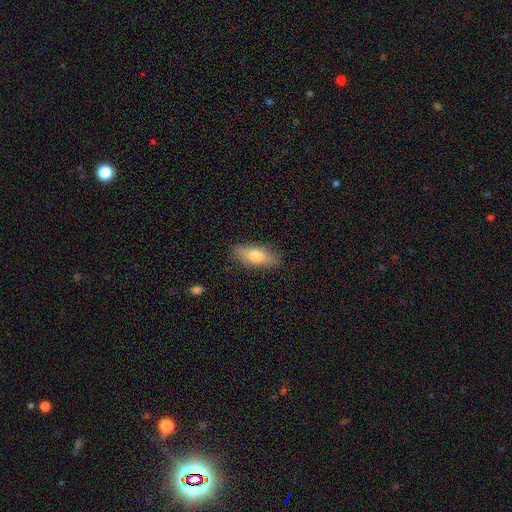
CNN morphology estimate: This appears to be a smooth galaxy with no disk features (74%) that is in between round and cigar-shaped (74%). Merging: none (86%).